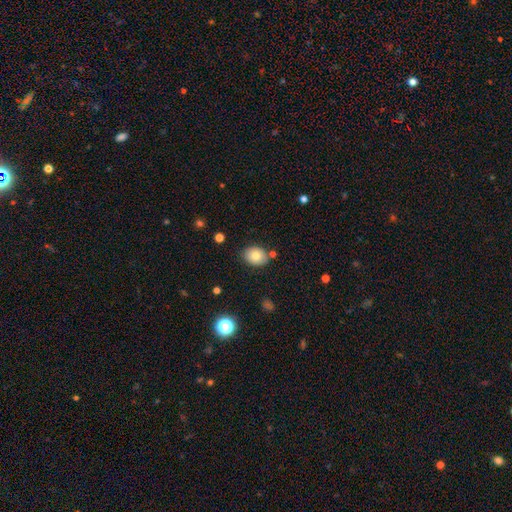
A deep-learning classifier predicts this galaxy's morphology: Overall: smooth (79%). How rounded: in between (59%; round 40%). Merging: none (80%).